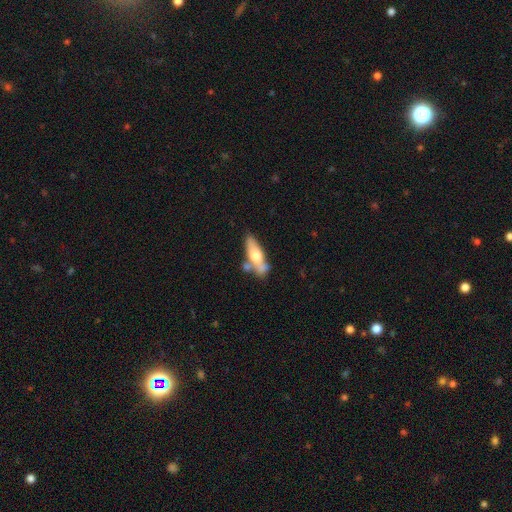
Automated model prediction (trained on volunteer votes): A smooth galaxy with no disk features (55%) that is in between round and cigar-shaped (54%).

Vote fractions:
- Smooth or featured? smooth: 55% / featured or disk: 39% / star or artifact: 6%
- How rounded? in between: 54% / cigar-shaped: 43% / round: 3%
- Merging? none: 46% / merger: 25% / minor disturbance: 21% / major disturbance: 9%